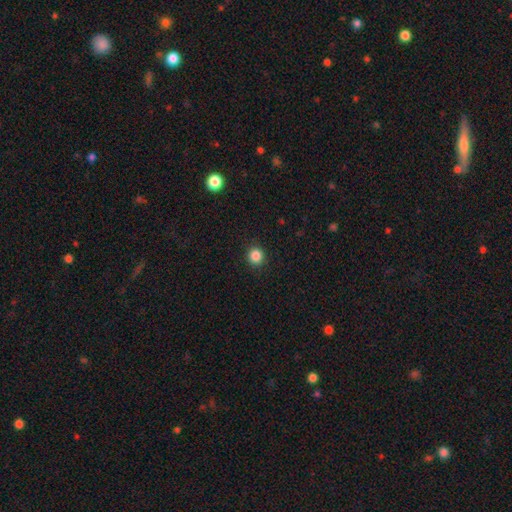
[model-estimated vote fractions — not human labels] Q: Smooth or featured?
A: smooth (86%); runner-up: star or artifact (11%)
Q: How rounded?
A: round (90%); runner-up: in between (9%)
Q: Merging?
A: none (91%); runner-up: minor disturbance (6%)